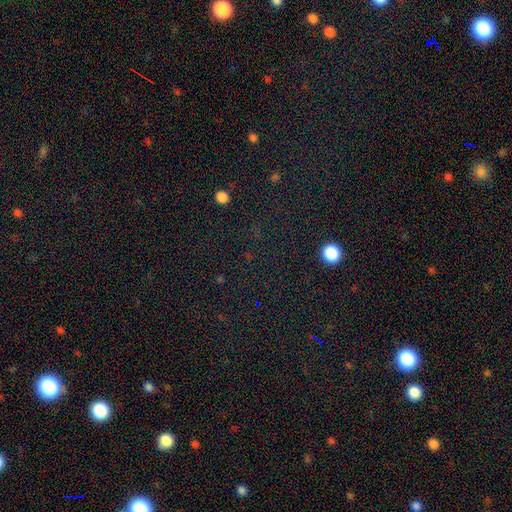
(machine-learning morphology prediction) The model was most divided on "smooth or featured": star or artifact: 73%, smooth: 18%, featured or disk: 9%.